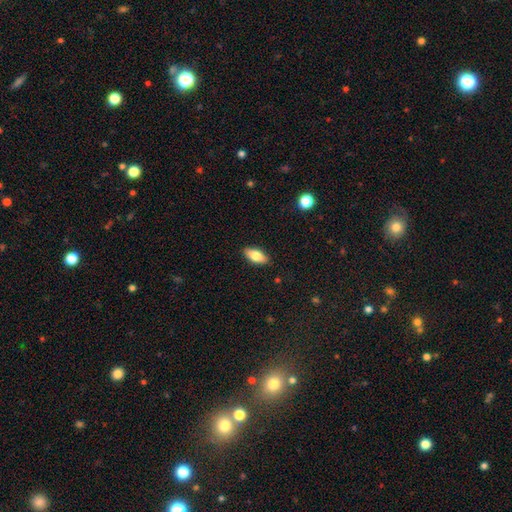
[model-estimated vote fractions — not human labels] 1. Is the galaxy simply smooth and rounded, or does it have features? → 76% smooth, 17% featured or disk, 7% star or artifact.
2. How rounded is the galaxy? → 86% in between, 11% cigar-shaped, 3% round.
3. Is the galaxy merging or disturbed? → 88% none, 9% minor disturbance, 2% major disturbance, 1% merger.